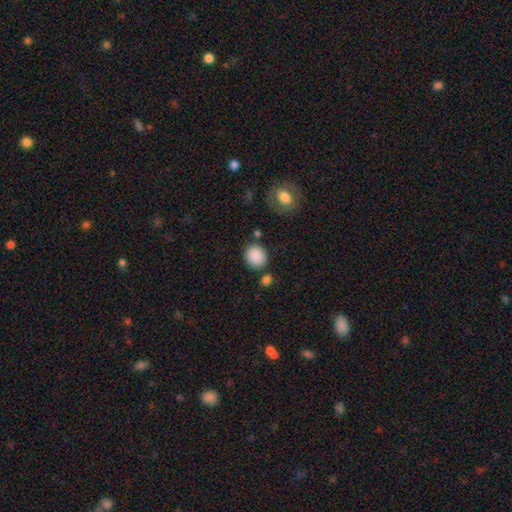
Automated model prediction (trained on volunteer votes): This is clearly a smooth galaxy (89%). How rounded: likely round (73%). Merging: likely none (78%).